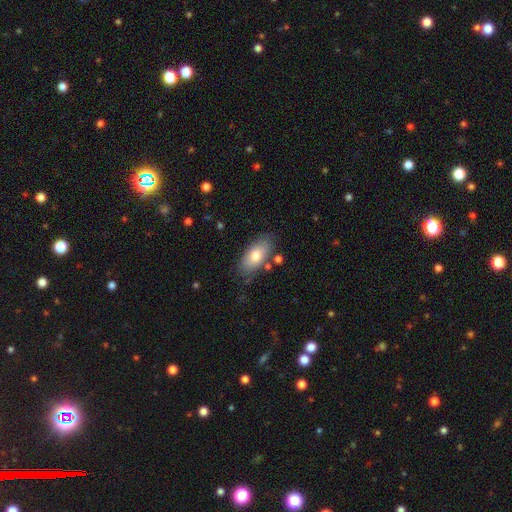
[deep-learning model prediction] Smooth or featured?
  - smooth: 74% *
  - featured or disk: 19%
  - star or artifact: 7%
How rounded?
  - in between: 90% *
  - cigar-shaped: 6%
  - round: 4%
Merging?
  - none: 76% *
  - minor disturbance: 16%
  - merger: 5%
  - major disturbance: 4%